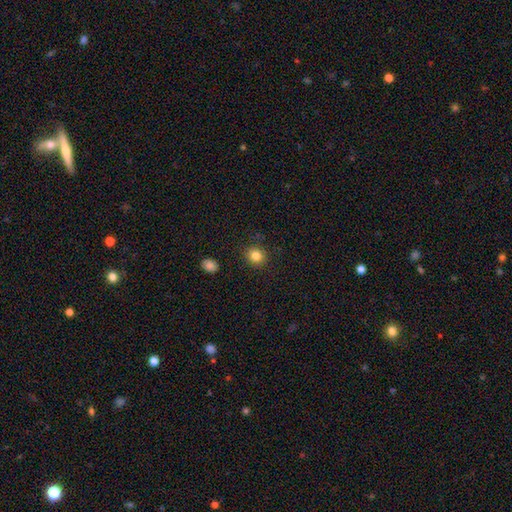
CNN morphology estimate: type=smooth (83%); roundness=round (86%); merging=none (89%).